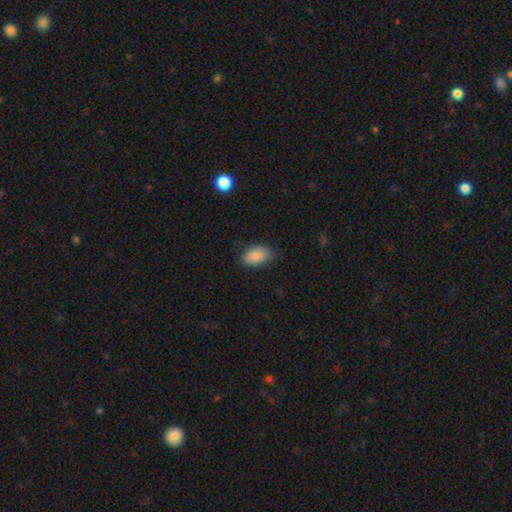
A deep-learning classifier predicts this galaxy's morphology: smooth 87%, star or artifact 7%, featured or disk 5%. Down the decision tree: how rounded — in between (92%); merging — none (72%).